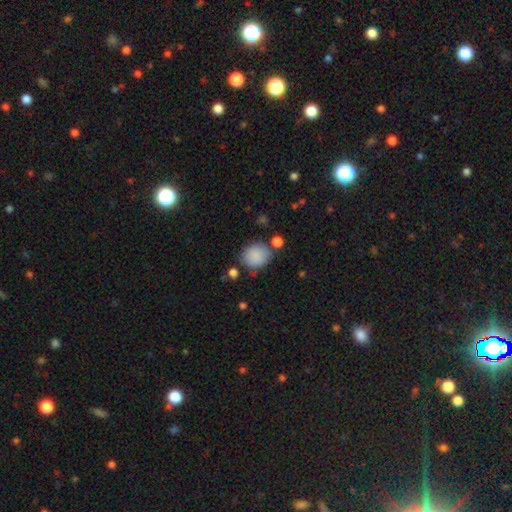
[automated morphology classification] Smooth or featured?
  - smooth: 86% *
  - star or artifact: 8%
  - featured or disk: 6%
How rounded?
  - round: 71% *
  - in between: 28%
  - cigar-shaped: 1%
Merging?
  - none: 72% *
  - minor disturbance: 15%
  - merger: 8%
  - major disturbance: 5%